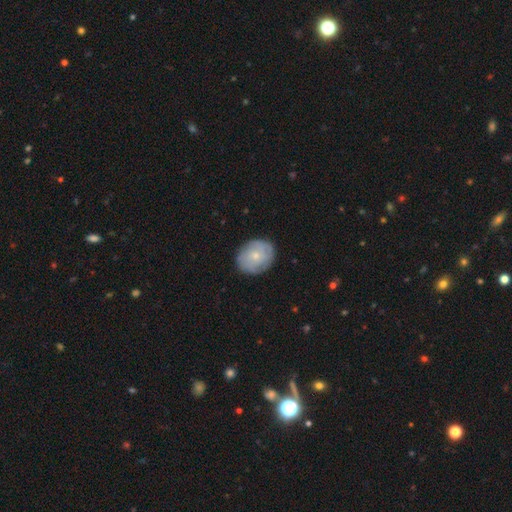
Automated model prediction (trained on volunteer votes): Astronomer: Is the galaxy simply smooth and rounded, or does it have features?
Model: smooth — 51% (runner-up: featured or disk, 42%).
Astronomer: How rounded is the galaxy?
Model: round — 55% (runner-up: in between, 44%).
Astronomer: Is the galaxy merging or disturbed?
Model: none — 83%.